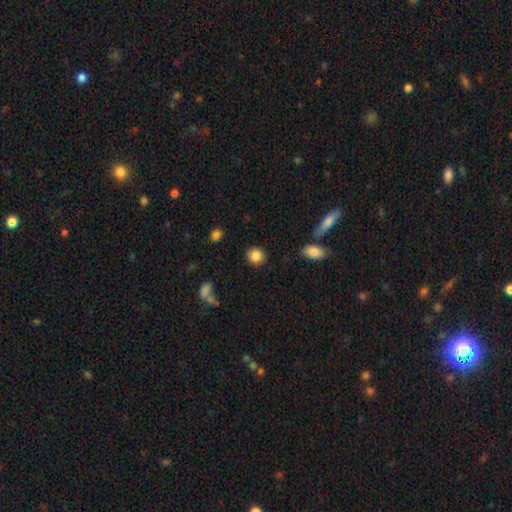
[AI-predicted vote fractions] This appears to be a smooth galaxy with no disk features (85%) that is round (79%). Merging: none (89%).